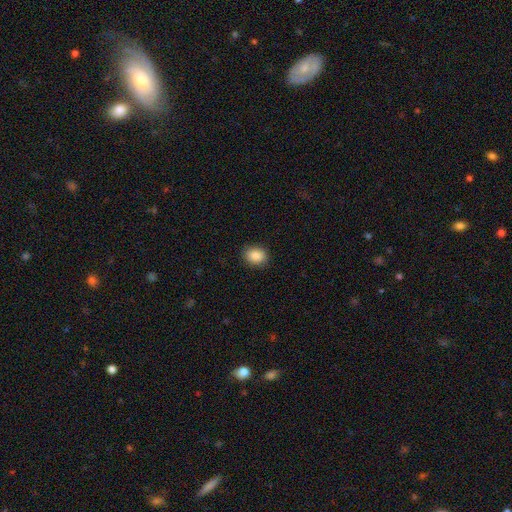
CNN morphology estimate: This appears to be a smooth galaxy with no disk features (88%) that is in between round and cigar-shaped (52%). Merging: none (88%).